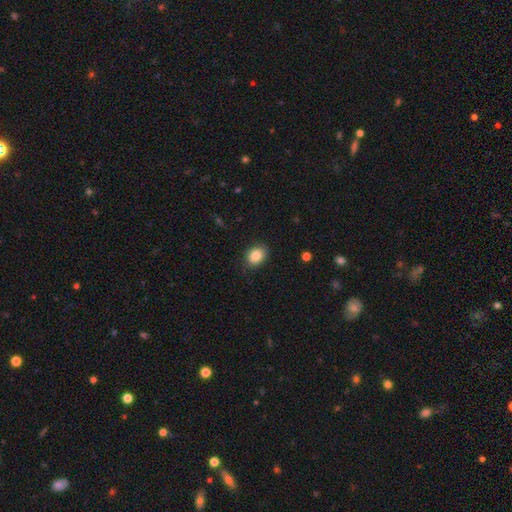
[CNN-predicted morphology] Smooth or featured? smooth (85%)
How rounded? in between (66%)
Merging? none (84%)